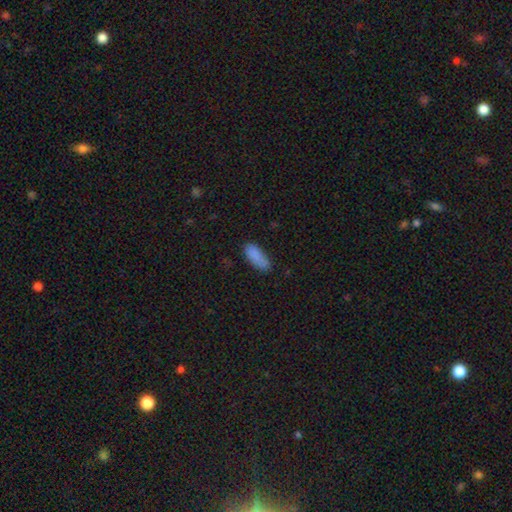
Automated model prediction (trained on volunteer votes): Q: Smooth or featured?
A: smooth (87%); runner-up: star or artifact (7%)
Q: How rounded?
A: in between (76%); runner-up: cigar-shaped (22%)
Q: Merging?
A: none (73%); runner-up: minor disturbance (21%)